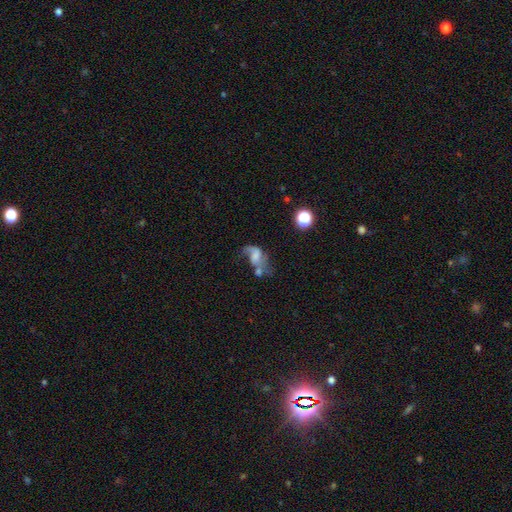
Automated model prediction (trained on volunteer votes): This is possibly a featured or disk galaxy (56%). It is clearly not viewed edge-on (97%). Bar: possibly no (59%). Spiral arm pattern: likely yes (74%). Central bulge: possibly none (45%). Merging: marginally major disturbance (34%).